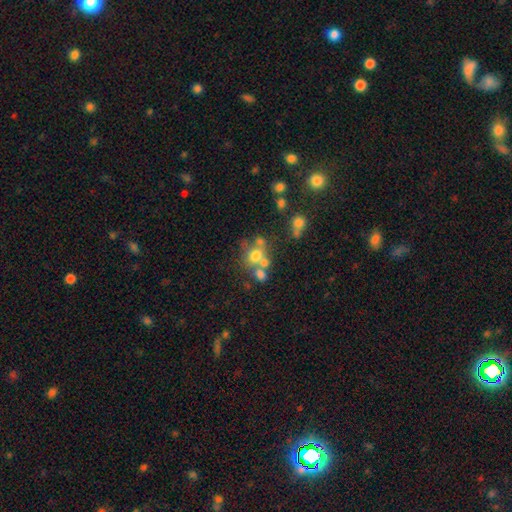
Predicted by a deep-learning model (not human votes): Morphology: type=smooth (61%); roundness=round (71%); merging=none (41%).